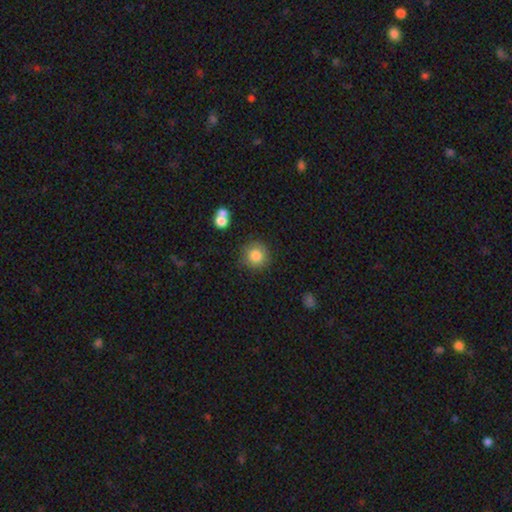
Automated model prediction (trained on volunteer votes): Smooth or featured: smooth — 84% (star or artifact — 10%)
How rounded: round — 93% (in between — 6%)
Merging: none — 85% (minor disturbance — 9%)